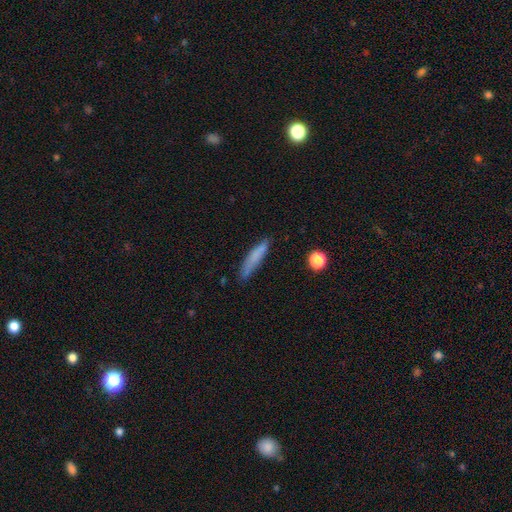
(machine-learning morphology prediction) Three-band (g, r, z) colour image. It shows a smooth galaxy with no disk features (75%) that is cigar-shaped (87%). Merging: none (76%).